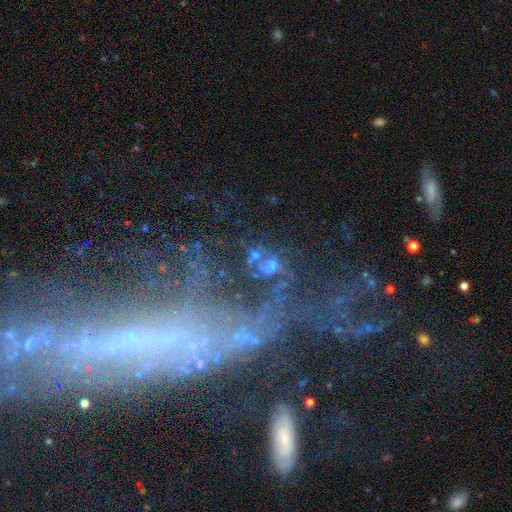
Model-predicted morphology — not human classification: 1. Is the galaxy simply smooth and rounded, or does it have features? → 39% star or artifact, 36% featured or disk, 25% smooth.